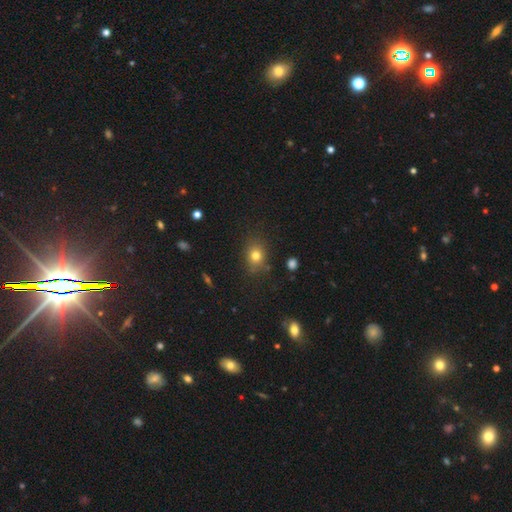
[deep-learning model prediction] Overall: smooth (76%). How rounded: round (52%; in between 47%). Merging: none (81%).